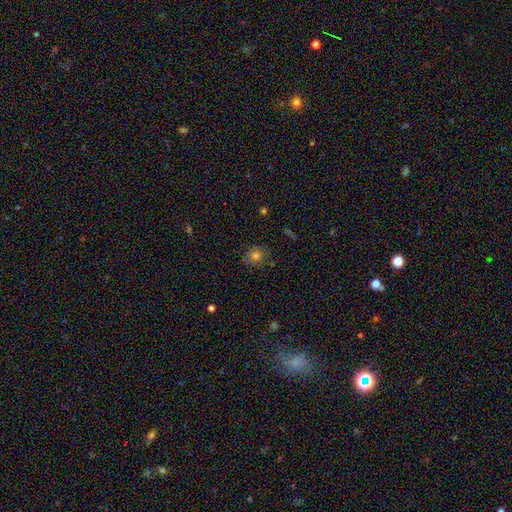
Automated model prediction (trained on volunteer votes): Smooth or featured? Predicted: smooth (p=0.75). How rounded? Predicted: round (p=0.70). Merging? Predicted: none (p=0.82).